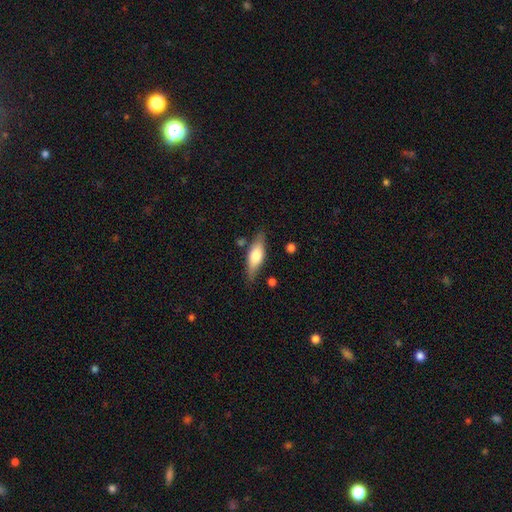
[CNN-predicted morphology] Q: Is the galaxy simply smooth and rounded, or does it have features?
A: smooth — 56%.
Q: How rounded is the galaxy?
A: in between — 58%.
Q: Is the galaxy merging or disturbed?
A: none — 79%.